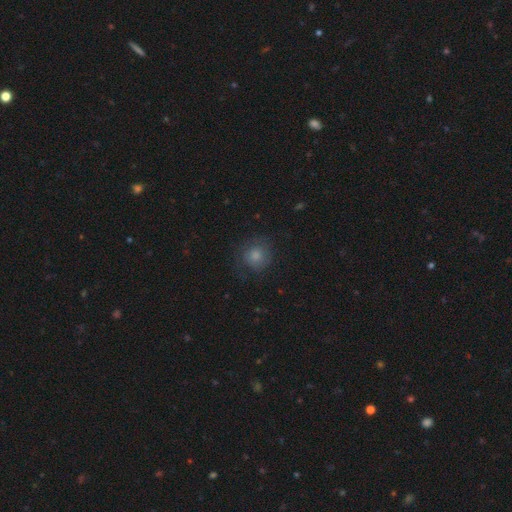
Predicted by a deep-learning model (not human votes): The model was most divided on "merging": none: 72%, minor disturbance: 18%, major disturbance: 9%, merger: 1%. More confident: how rounded — round (88%); smooth or featured — smooth (77%).